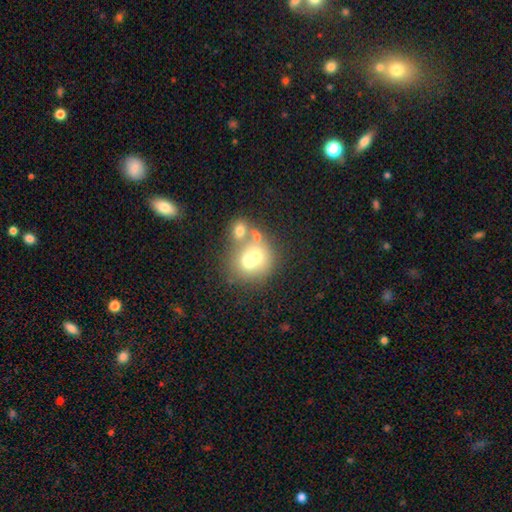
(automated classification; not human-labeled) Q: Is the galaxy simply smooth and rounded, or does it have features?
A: smooth — 59%.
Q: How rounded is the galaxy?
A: round — 79%.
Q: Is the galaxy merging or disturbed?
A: merger — 58%.